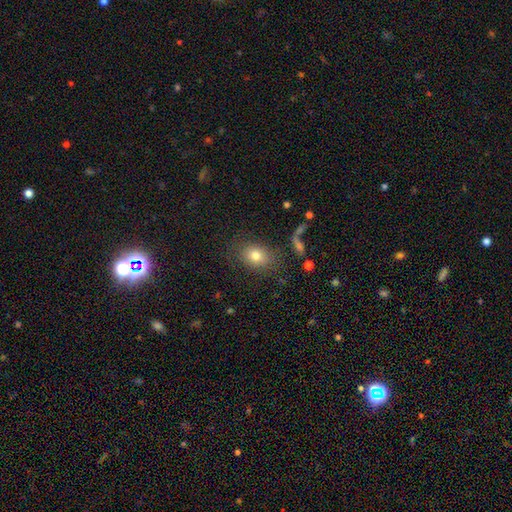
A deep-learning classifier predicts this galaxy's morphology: Smooth or featured? Predicted: smooth (p=0.77). How rounded? Predicted: in between (p=0.58). Merging? Predicted: none (p=0.77).